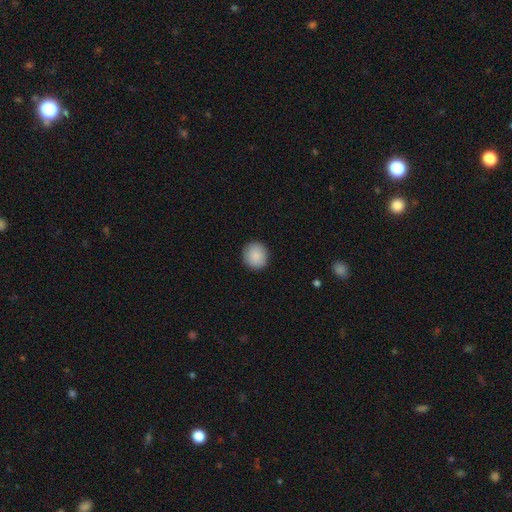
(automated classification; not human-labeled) A smooth galaxy with no disk features (89%) that is round (87%). Merging: none (91%).